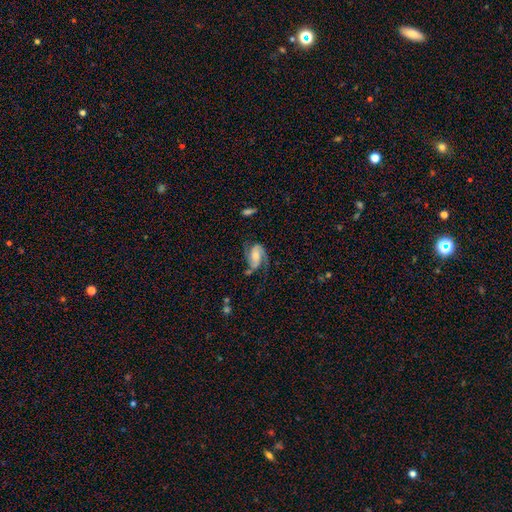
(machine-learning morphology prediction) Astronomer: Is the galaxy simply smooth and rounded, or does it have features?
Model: featured or disk — 79%.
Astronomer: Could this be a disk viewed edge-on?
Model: no — 97%.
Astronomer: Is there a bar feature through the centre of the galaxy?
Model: no — 48% (runner-up: weak, 36%).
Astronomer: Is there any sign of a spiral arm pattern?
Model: yes — 96%.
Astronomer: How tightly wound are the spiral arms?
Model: medium — 48% (runner-up: loose, 27%).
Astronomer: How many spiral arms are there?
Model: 2 — 83%.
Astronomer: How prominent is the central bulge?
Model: moderate — 40% (runner-up: small, 36%).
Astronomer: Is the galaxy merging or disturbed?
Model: none — 54%.